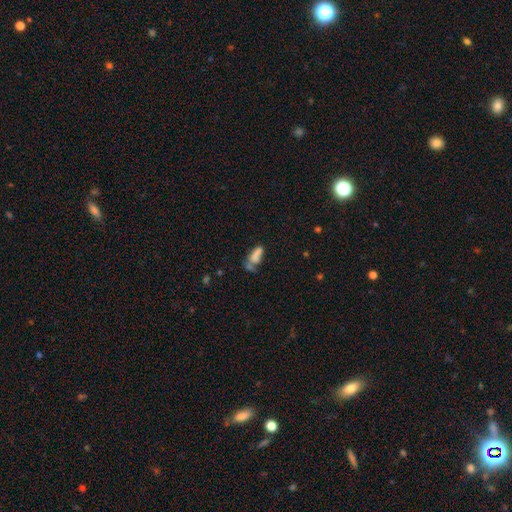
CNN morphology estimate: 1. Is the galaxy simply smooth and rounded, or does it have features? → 66% smooth, 20% featured or disk, 14% star or artifact.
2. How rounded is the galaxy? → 74% in between, 21% cigar-shaped, 5% round.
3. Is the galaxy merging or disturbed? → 33% merger, 27% none, 22% major disturbance, 18% minor disturbance.